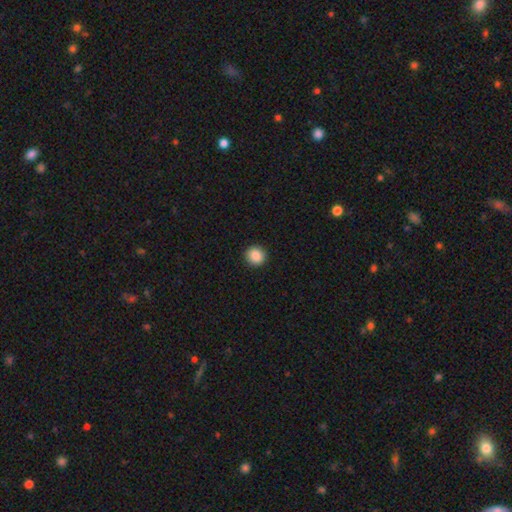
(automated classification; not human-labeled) The model was most divided on "smooth or featured": smooth: 88%, star or artifact: 9%, featured or disk: 3%. More confident: merging — none (93%); how rounded — round (91%).